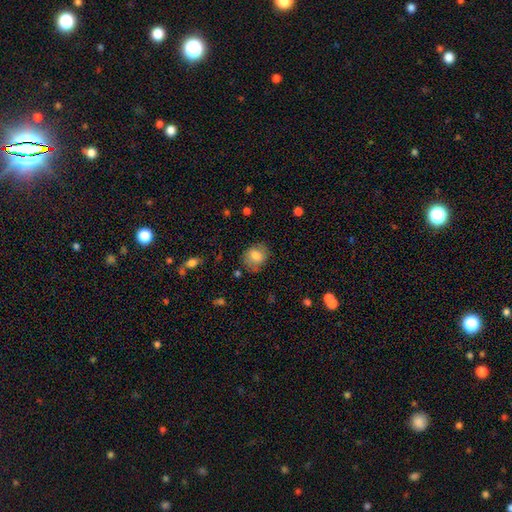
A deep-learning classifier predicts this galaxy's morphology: A smooth galaxy with no disk features (73%) that is round (66%). Merging: none (73%).